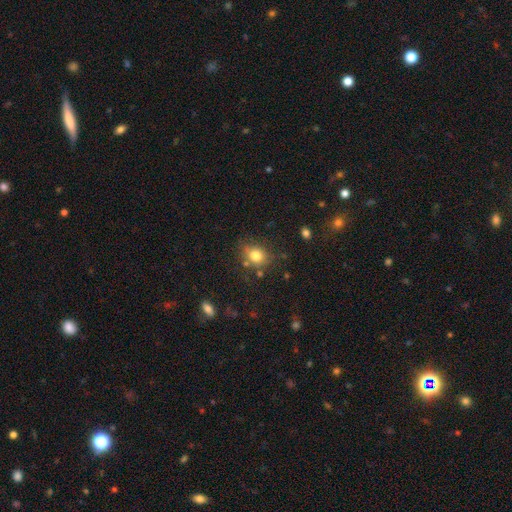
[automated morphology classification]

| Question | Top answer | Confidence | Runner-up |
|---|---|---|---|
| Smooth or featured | smooth | 79% | star or artifact (11%) |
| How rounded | round | 56% | in between (42%) |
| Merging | none | 70% | minor disturbance (18%) |